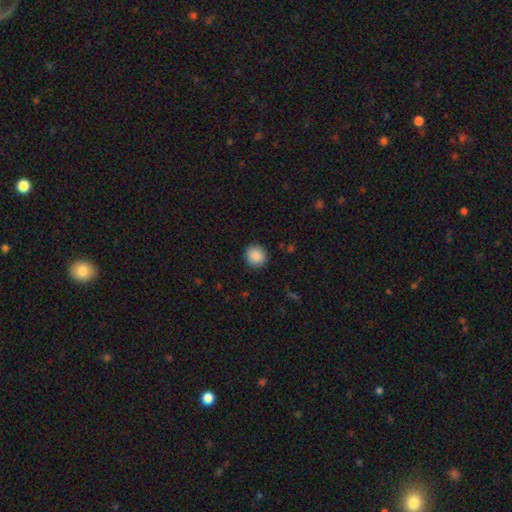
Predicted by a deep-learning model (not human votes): This is clearly a smooth galaxy (89%). How rounded: clearly round (88%). Merging: clearly none (90%).